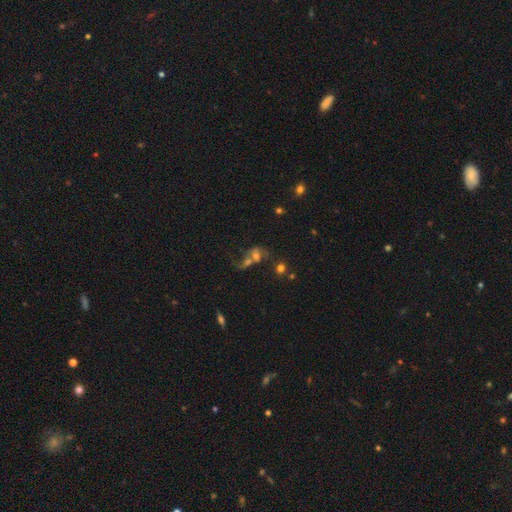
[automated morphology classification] A smooth galaxy with no disk features (45%).

Vote fractions:
- Smooth or featured? smooth: 45% / featured or disk: 37% / star or artifact: 18%
- Merging? merger: 59% / none: 18% / major disturbance: 15% / minor disturbance: 8%